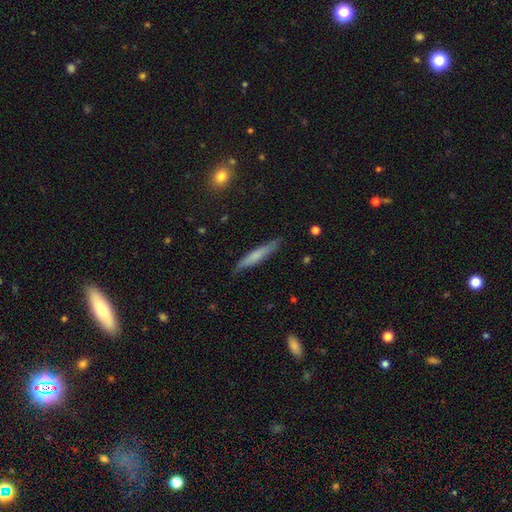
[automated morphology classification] Overall: smooth (62%; featured or disk 32%). How rounded: cigar-shaped (93%). Merging: none (83%).